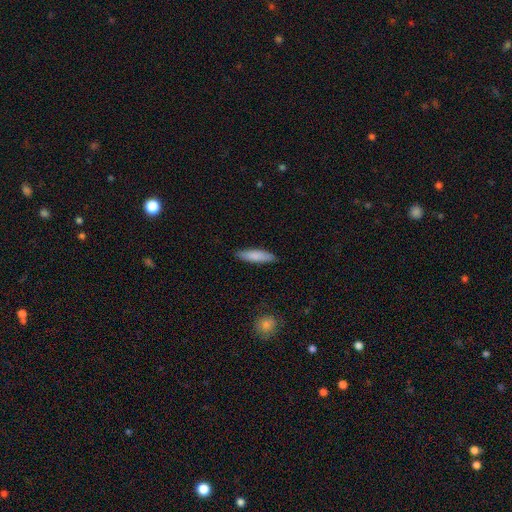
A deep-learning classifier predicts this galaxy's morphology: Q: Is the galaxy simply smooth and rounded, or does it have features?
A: smooth — 83%.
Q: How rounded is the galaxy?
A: cigar-shaped — 70%.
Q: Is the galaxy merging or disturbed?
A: none — 86%.